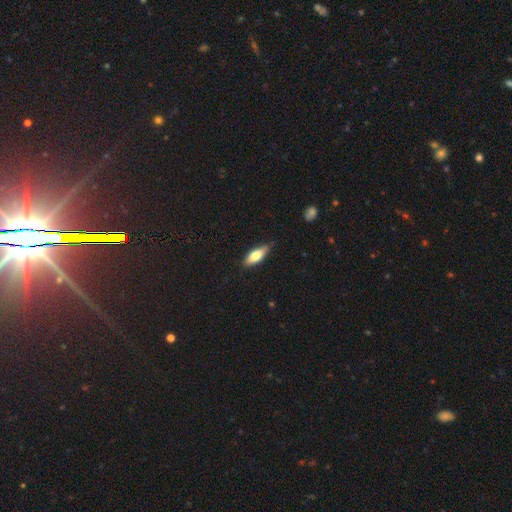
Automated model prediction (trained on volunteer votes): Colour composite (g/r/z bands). It shows a smooth galaxy with no disk features (65%) that is in between round and cigar-shaped (65%). Merging: none (82%).